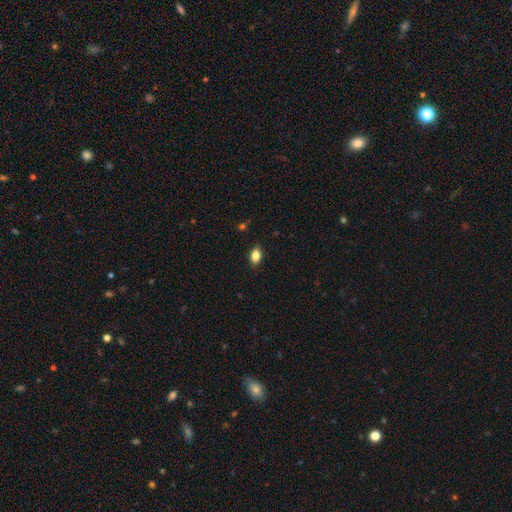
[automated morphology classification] The model was most divided on "how rounded": in between: 81%, round: 17%, cigar-shaped: 2%. More confident: merging — none (88%); smooth or featured — smooth (83%).